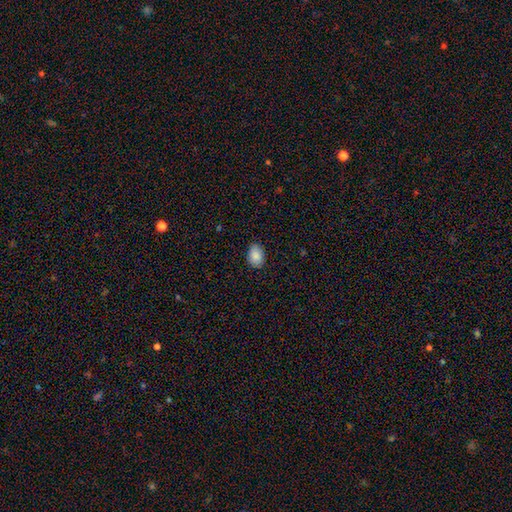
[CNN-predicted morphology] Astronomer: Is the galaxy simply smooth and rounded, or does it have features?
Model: smooth — 88%.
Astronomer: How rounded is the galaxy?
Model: in between — 79%.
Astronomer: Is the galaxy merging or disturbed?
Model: none — 84%.